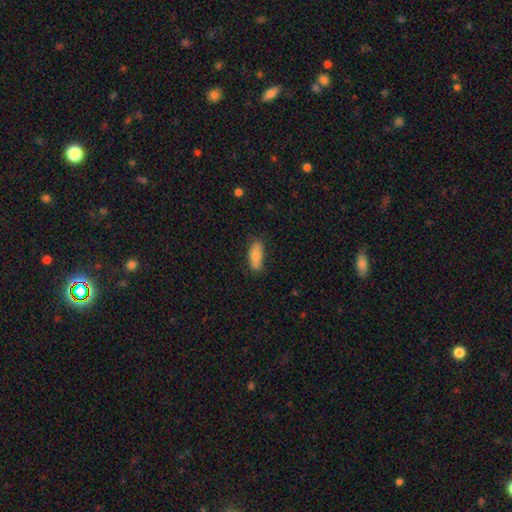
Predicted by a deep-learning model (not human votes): Smooth or featured?
  - smooth: 75% *
  - featured or disk: 19%
  - star or artifact: 7%
How rounded?
  - in between: 80% *
  - cigar-shaped: 18%
  - round: 3%
Merging?
  - none: 77% *
  - minor disturbance: 18%
  - major disturbance: 3%
  - merger: 2%